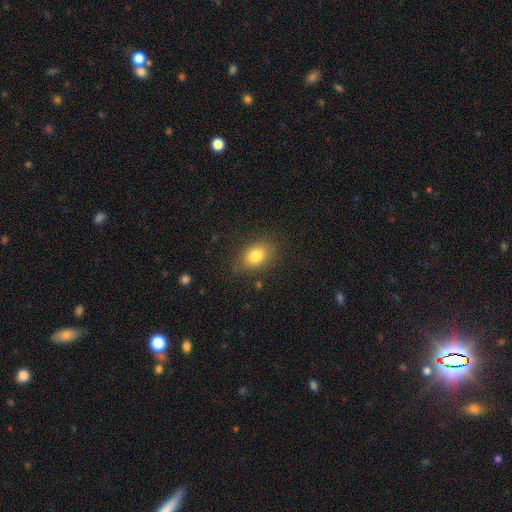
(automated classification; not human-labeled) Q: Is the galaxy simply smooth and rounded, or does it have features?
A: smooth — 81%.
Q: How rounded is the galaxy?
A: in between — 75%.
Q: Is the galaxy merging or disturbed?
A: none — 81%.